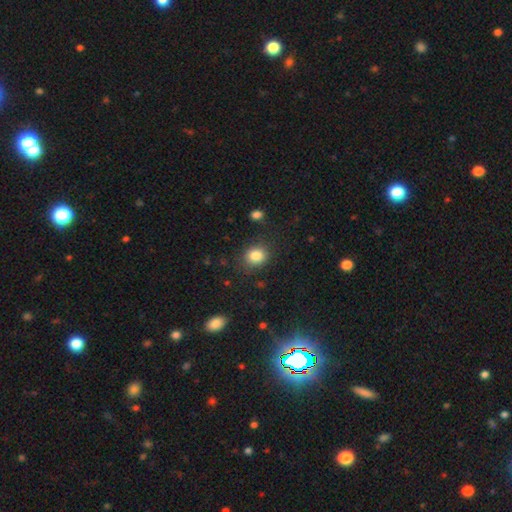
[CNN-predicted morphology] smooth 84%, star or artifact 10%, featured or disk 6%. Down the decision tree: how rounded — round (66%); merging — none (83%).